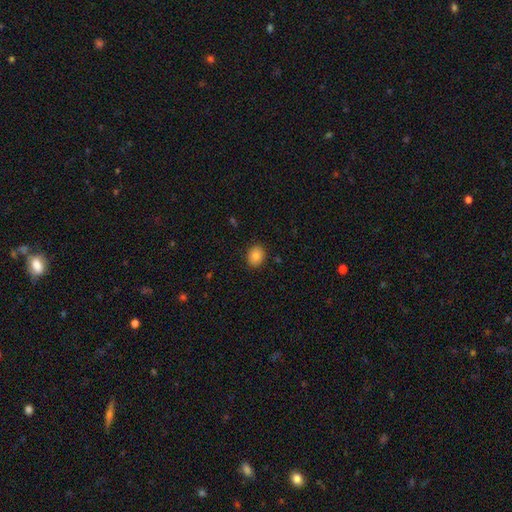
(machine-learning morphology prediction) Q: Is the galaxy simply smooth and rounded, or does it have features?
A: smooth — 84%.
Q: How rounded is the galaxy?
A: round — 59%.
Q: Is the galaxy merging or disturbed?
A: none — 88%.